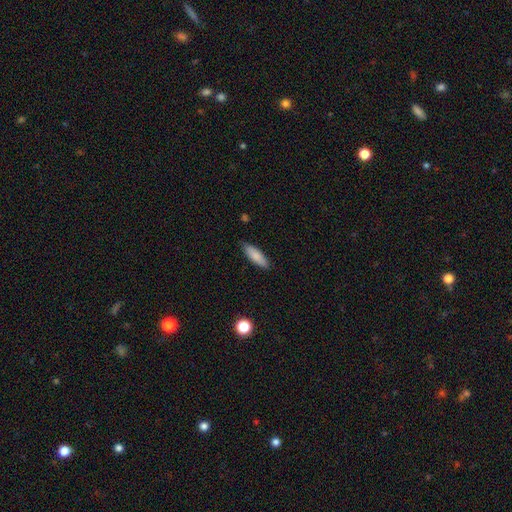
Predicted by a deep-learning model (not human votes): Smooth or featured?
  - smooth: 84% *
  - featured or disk: 10%
  - star or artifact: 6%
How rounded?
  - cigar-shaped: 50% *
  - in between: 48%
  - round: 2%
Merging?
  - none: 85% *
  - minor disturbance: 12%
  - major disturbance: 2%
  - merger: 1%